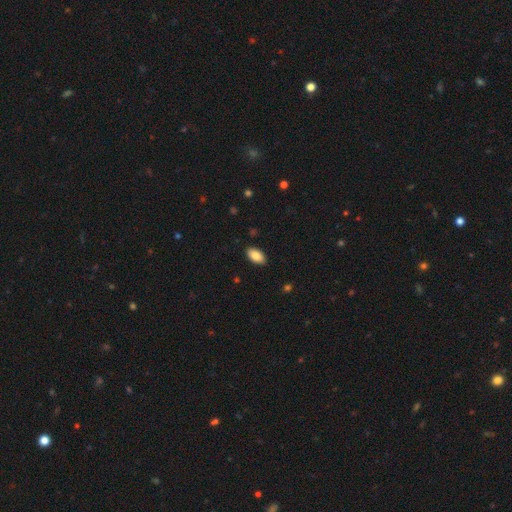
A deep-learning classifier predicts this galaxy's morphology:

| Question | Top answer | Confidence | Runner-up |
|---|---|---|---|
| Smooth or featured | smooth | 87% | star or artifact (7%) |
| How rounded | in between | 94% | cigar-shaped (3%) |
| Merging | none | 89% | minor disturbance (8%) |